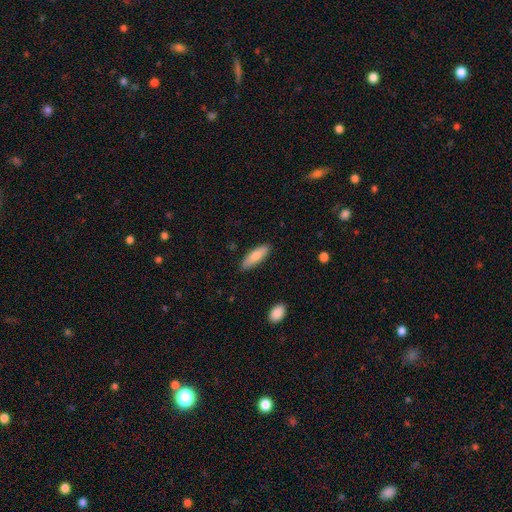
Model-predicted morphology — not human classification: Q: Smooth or featured?
A: smooth (81%); runner-up: featured or disk (14%)
Q: How rounded?
A: cigar-shaped (49%); tied with: in between (49%)
Q: Merging?
A: none (86%); runner-up: minor disturbance (11%)